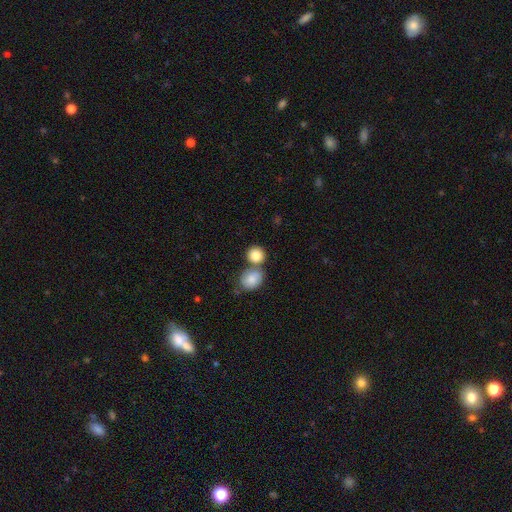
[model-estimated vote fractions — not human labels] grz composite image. It shows a smooth galaxy with no disk features (85%) that is round (81%). Merging: none (45%).